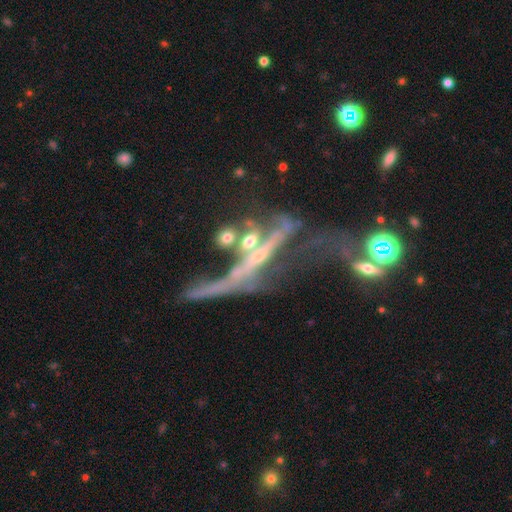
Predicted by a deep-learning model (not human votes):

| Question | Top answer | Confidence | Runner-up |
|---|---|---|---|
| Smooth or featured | featured or disk | 73% | star or artifact (15%) |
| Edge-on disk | yes | 55% | no (45%) |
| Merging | merger | 37% | major disturbance (33%) |